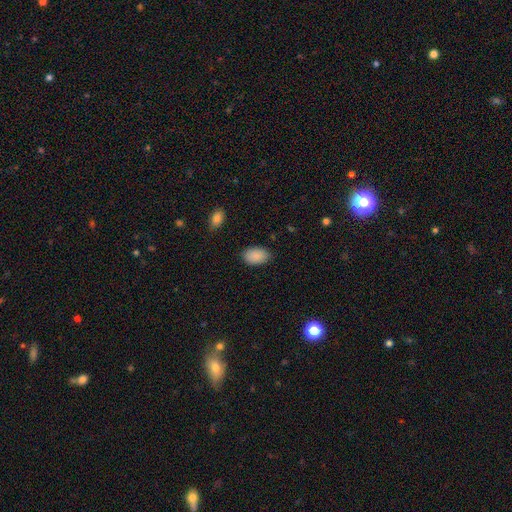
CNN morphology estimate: smooth_or_featured: smooth (p=0.89) [alt: star or artifact p=0.07]
how_rounded: in between (p=0.92) [alt: round p=0.07]
merging: none (p=0.85) [alt: minor disturbance p=0.11]